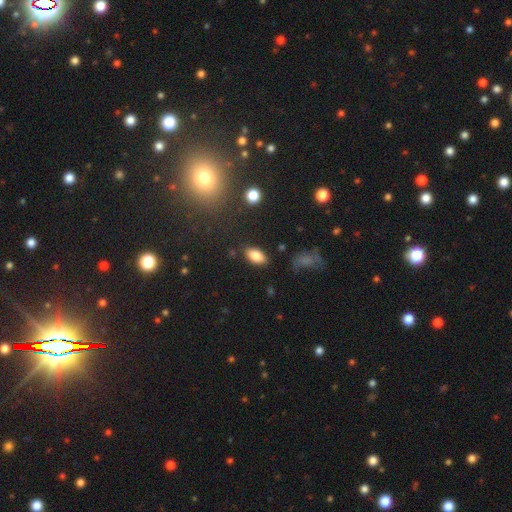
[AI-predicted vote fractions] Smooth or featured? Predicted: smooth (p=0.83). How rounded? Predicted: in between (p=0.92). Merging? Predicted: none (p=0.85).